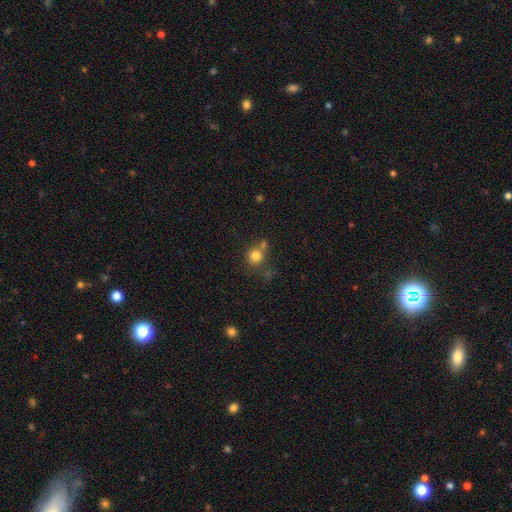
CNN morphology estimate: Q: Smooth or featured?
A: smooth (79%); runner-up: star or artifact (13%)
Q: How rounded?
A: round (87%); runner-up: in between (12%)
Q: Merging?
A: none (54%); runner-up: merger (26%)